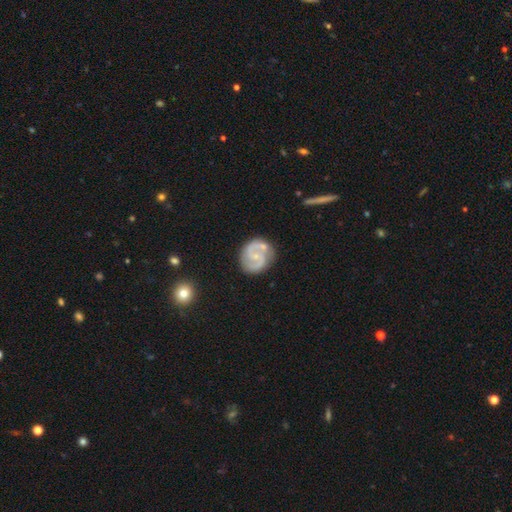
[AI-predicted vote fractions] This is clearly a featured or disk galaxy (84%). It is clearly not viewed edge-on (98%). Bar: possibly no (49%). Spiral arm pattern: clearly yes (96%). Spiral arm count: clearly 2 (90%). Spiral winding: possibly medium (54%). Central bulge: likely small (68%). Merging: likely none (77%).